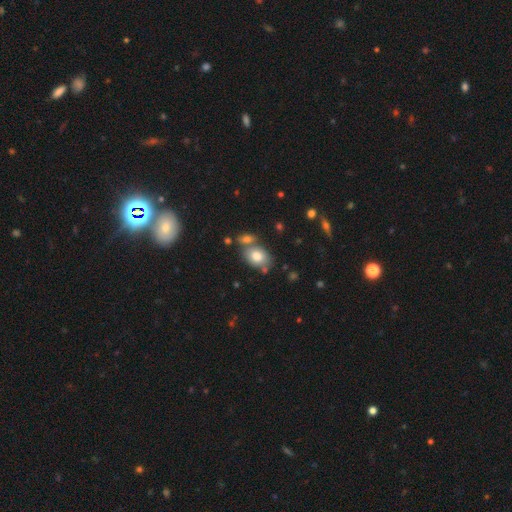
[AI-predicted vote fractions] smooth_or_featured: smooth (p=0.79) [alt: featured or disk p=0.12]
how_rounded: in between (p=0.71) [alt: round p=0.27]
merging: none (p=0.57) [alt: merger p=0.24]